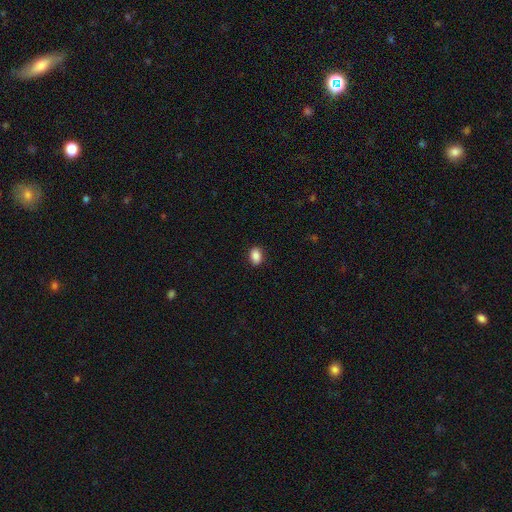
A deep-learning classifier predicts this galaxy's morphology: smooth-or-featured: smooth: 88% | star or artifact: 8% | featured or disk: 4%
  how-rounded: in between: 74% | round: 24% | cigar-shaped: 1%
  merging: none: 88% | minor disturbance: 9% | major disturbance: 2% | merger: 1%